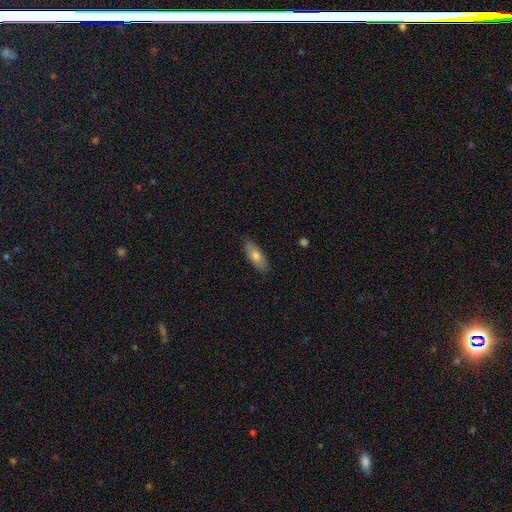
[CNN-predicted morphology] Smooth or featured? Predicted: smooth (p=0.70). How rounded? Predicted: in between (p=0.75). Merging? Predicted: none (p=0.87).